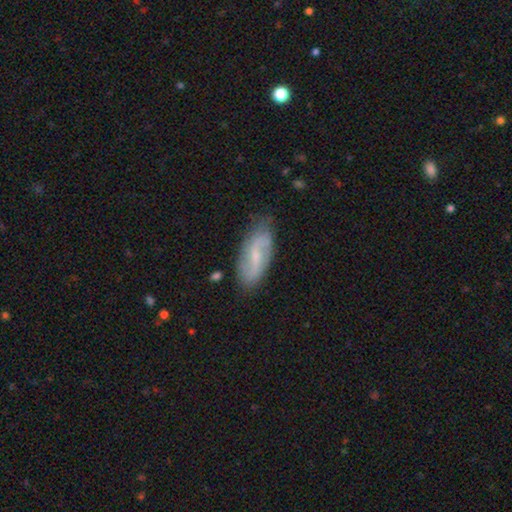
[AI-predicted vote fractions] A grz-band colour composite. It shows a featured or disk galaxy (69%) with a weak bar (52%), 2 (87%) loose (55%) spiral arms (88%) and a small central bulge (66%). Merging: none (80%).